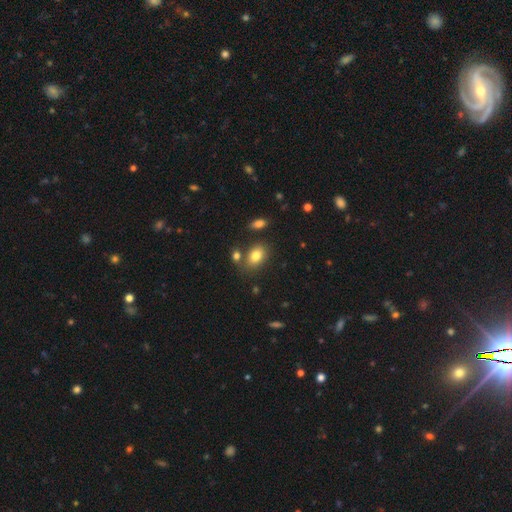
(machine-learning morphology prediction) This appears to be a smooth galaxy with no disk features (80%) that is in between round and cigar-shaped (79%). Merging: none (71%).